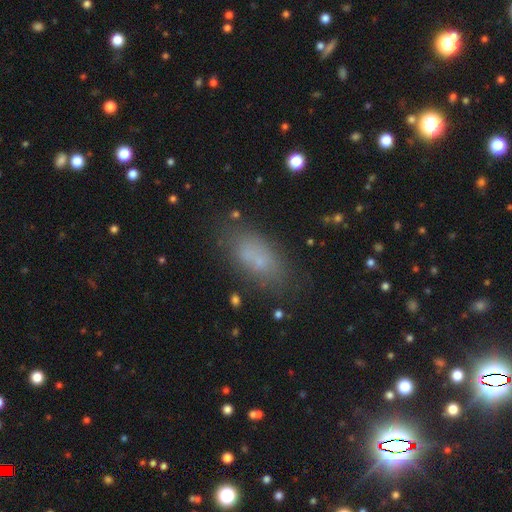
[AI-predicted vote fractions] Q: Smooth or featured?
A: smooth (73%); runner-up: featured or disk (14%)
Q: How rounded?
A: in between (86%); runner-up: cigar-shaped (9%)
Q: Merging?
A: none (75%); runner-up: minor disturbance (15%)